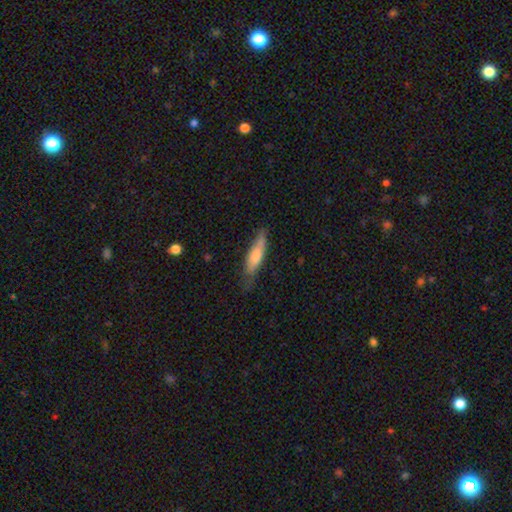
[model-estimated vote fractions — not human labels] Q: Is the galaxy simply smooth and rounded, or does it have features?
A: smooth — 72%.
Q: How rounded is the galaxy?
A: cigar-shaped — 67%.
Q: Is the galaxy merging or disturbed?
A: none — 65%.